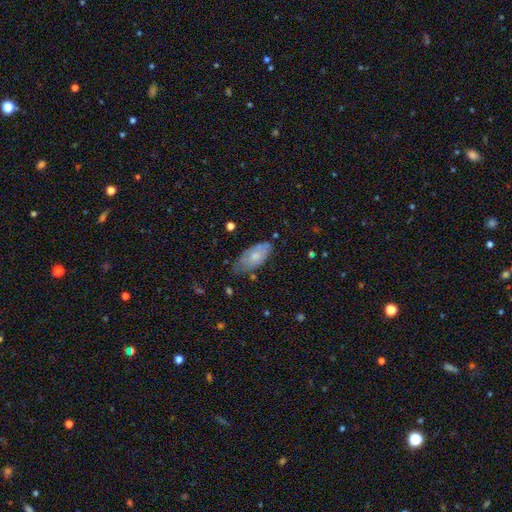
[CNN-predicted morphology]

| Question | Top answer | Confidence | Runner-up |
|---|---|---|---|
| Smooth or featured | smooth | 66% | featured or disk (27%) |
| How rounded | in between | 90% | cigar-shaped (7%) |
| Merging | none | 57% | minor disturbance (33%) |